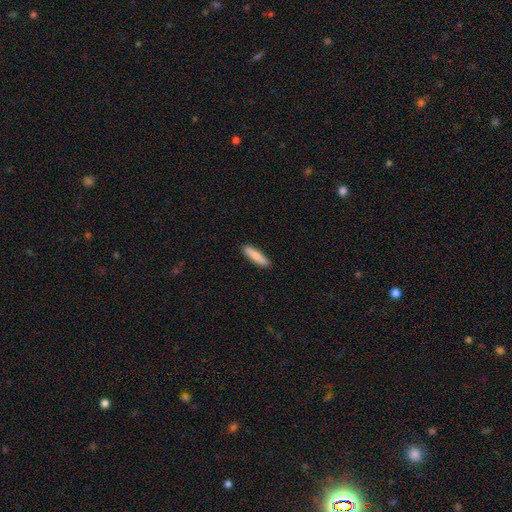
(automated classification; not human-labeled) Smooth or featured? smooth (83%)
How rounded? cigar-shaped (78%)
Merging? none (90%)